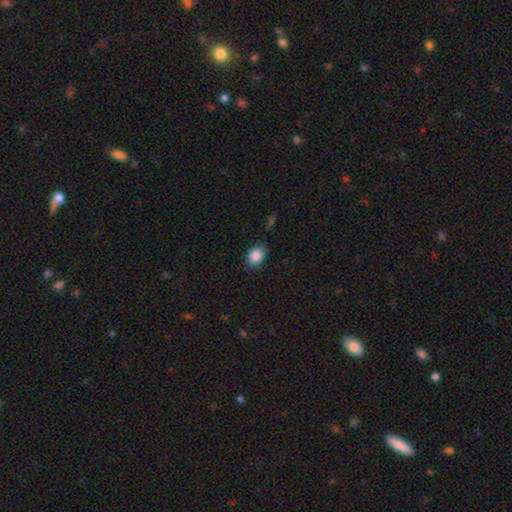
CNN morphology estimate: A smooth galaxy with no disk features (88%) that is in between round and cigar-shaped (72%). Merging: none (81%).